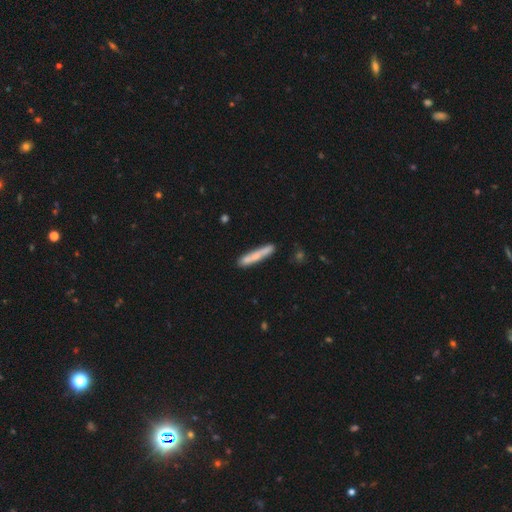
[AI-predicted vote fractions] smooth_or_featured: smooth (p=0.66) [alt: featured or disk p=0.28]
how_rounded: cigar-shaped (p=0.93) [alt: in between p=0.05]
merging: none (p=0.77) [alt: minor disturbance p=0.15]